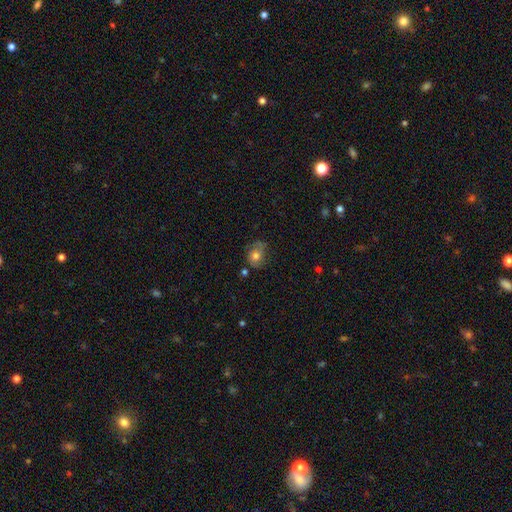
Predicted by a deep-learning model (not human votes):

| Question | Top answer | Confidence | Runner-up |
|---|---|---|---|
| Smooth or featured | smooth | 65% | featured or disk (24%) |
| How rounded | round | 54% | in between (45%) |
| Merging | none | 54% | minor disturbance (28%) |